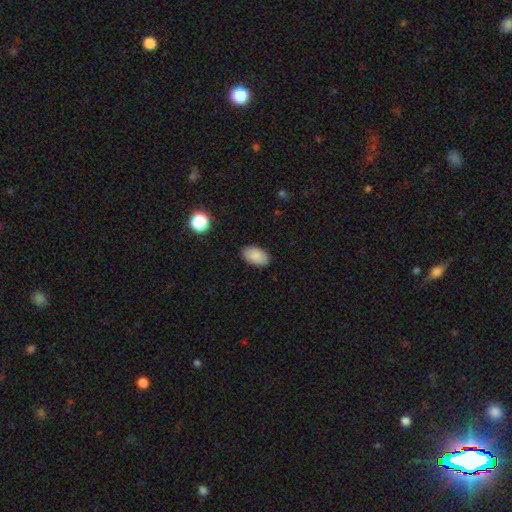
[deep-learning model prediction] Morphology: type=smooth (88%); roundness=in between (93%); merging=none (88%).